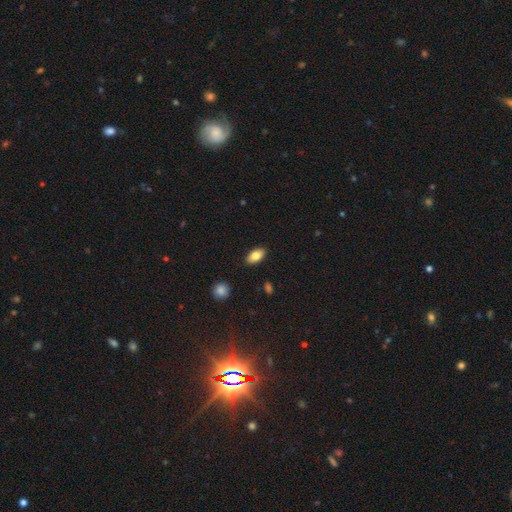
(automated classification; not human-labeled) Smooth or featured: smooth — 82% (featured or disk — 10%)
How rounded: in between — 91% (cigar-shaped — 5%)
Merging: none — 88% (minor disturbance — 9%)